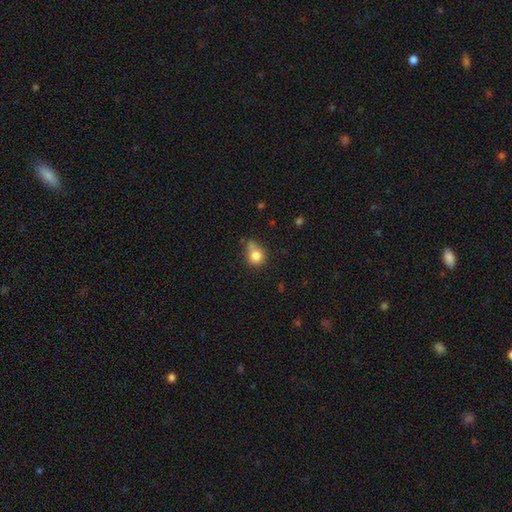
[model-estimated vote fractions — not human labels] Q: Smooth or featured?
A: smooth (81%); runner-up: star or artifact (11%)
Q: How rounded?
A: round (80%); runner-up: in between (19%)
Q: Merging?
A: none (49%); runner-up: minor disturbance (25%)